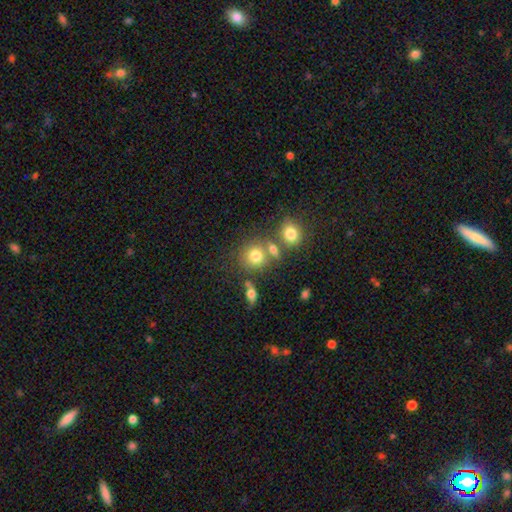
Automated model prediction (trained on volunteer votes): This appears to be a smooth galaxy with no disk features (76%) that is round (80%). Merging: none (57%).